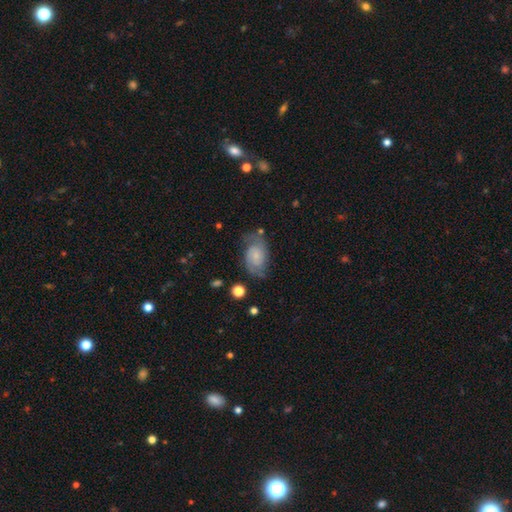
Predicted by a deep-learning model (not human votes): Smooth or featured: featured or disk — 63% (smooth — 29%)
Edge-on disk: no — 96% (yes — 4%)
Bar: no — 70% (weak — 26%)
Spiral arms: yes — 90% (no — 10%)
Spiral winding: medium — 43% (tight — 33%)
Spiral arm count: 2 — 81% (can't tell — 11%)
Bulge size: small — 62% (moderate — 17%)
Merging: none — 61% (minor disturbance — 23%)